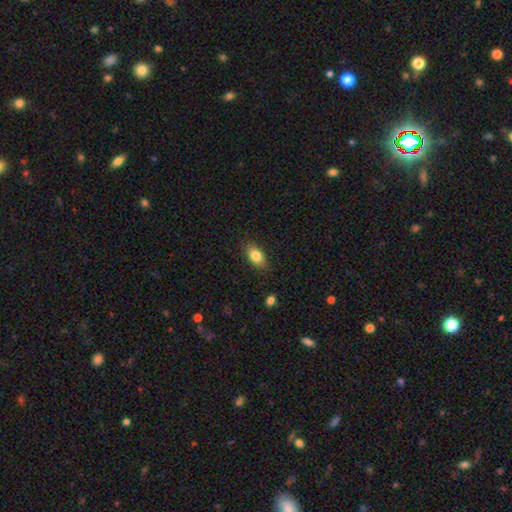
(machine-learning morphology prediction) Q: Smooth or featured?
A: smooth (82%); runner-up: featured or disk (10%)
Q: How rounded?
A: in between (88%); runner-up: round (7%)
Q: Merging?
A: none (84%); runner-up: minor disturbance (12%)